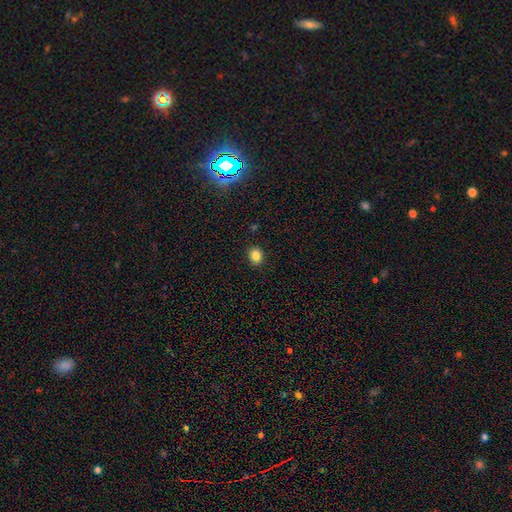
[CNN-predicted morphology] A smooth galaxy with no disk features (84%) that is round (67%). Merging: none (90%).